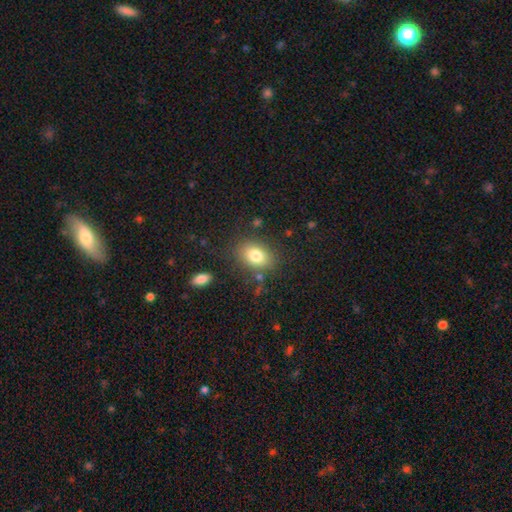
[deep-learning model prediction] The model was most divided on "how rounded": in between: 74%, round: 25%, cigar-shaped: 1%. More confident: smooth or featured — smooth (80%); merging — none (80%).